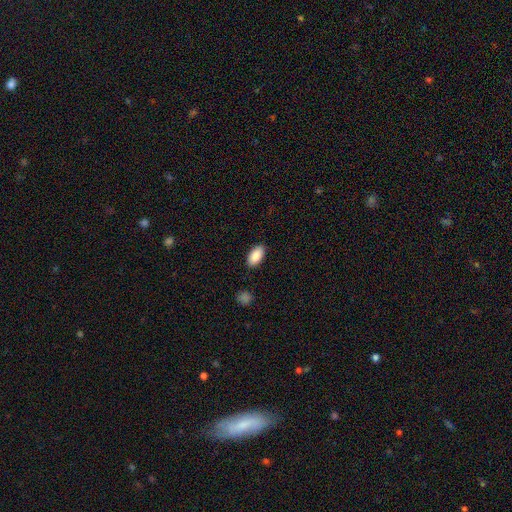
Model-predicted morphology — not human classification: Smooth or featured: smooth — 88% (star or artifact — 7%)
How rounded: in between — 94% (cigar-shaped — 3%)
Merging: none — 87% (minor disturbance — 9%)